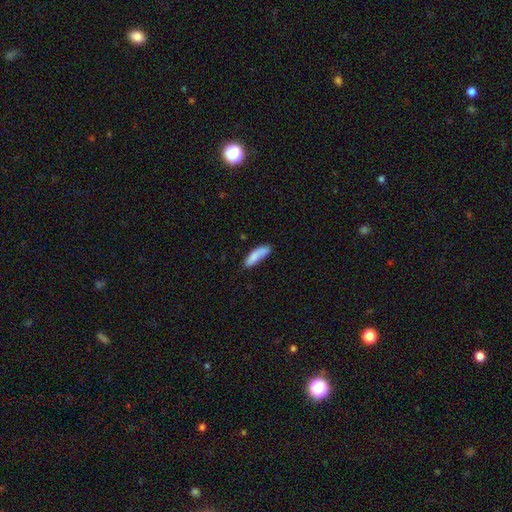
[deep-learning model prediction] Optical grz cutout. It shows a smooth galaxy with no disk features (83%) that is cigar-shaped (53%). Merging: none (60%).